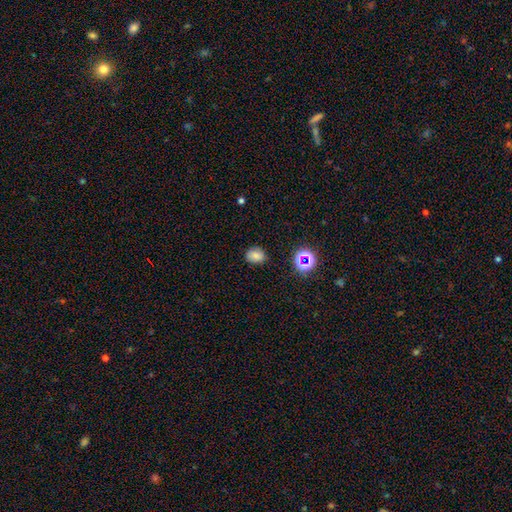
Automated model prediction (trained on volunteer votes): smooth 76%, star or artifact 16%, featured or disk 8%. Down the decision tree: how rounded — round (51%); merging — none (79%).